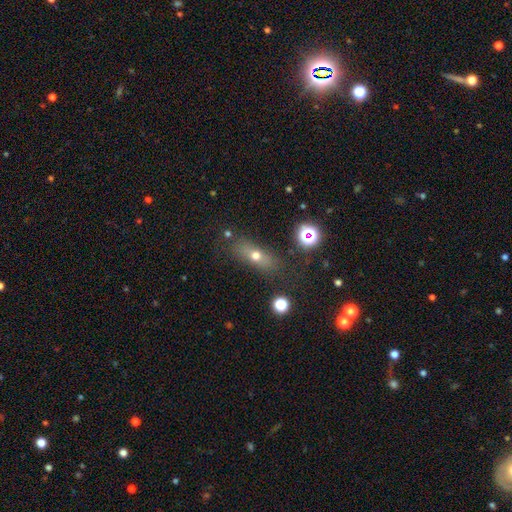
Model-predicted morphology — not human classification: Smooth or featured?
  - smooth: 60% *
  - featured or disk: 24%
  - star or artifact: 16%
How rounded?
  - in between: 53% *
  - cigar-shaped: 32%
  - round: 15%
Merging?
  - none: 74% *
  - minor disturbance: 15%
  - major disturbance: 7%
  - merger: 4%